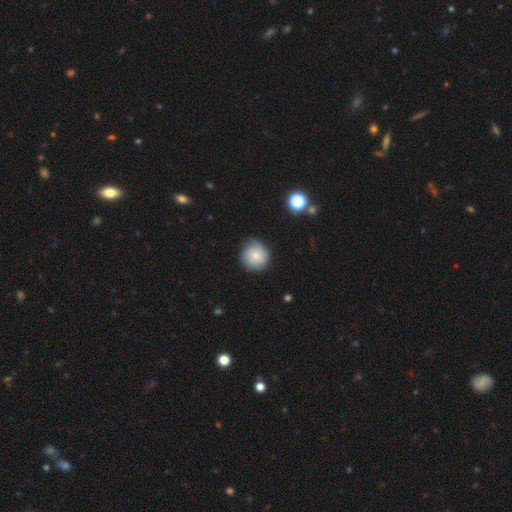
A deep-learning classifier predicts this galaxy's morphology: Overall: smooth (77%). How rounded: round (92%). Merging: none (72%).